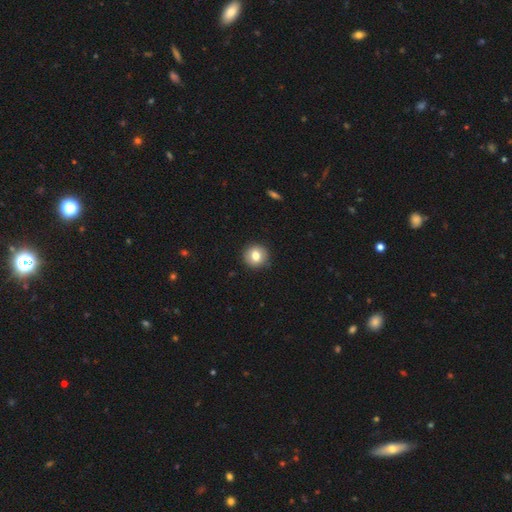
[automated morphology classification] Q: Smooth or featured?
A: smooth (79%); runner-up: featured or disk (12%)
Q: How rounded?
A: round (92%); runner-up: in between (7%)
Q: Merging?
A: none (91%); runner-up: minor disturbance (7%)